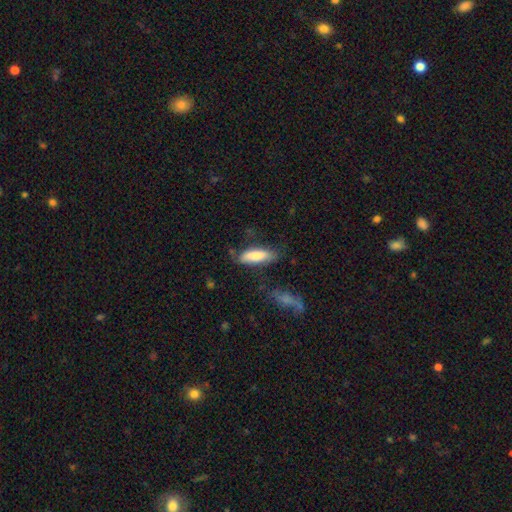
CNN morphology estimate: Overall: smooth (79%). How rounded: in between (53%; cigar-shaped 45%). Merging: none (66%).